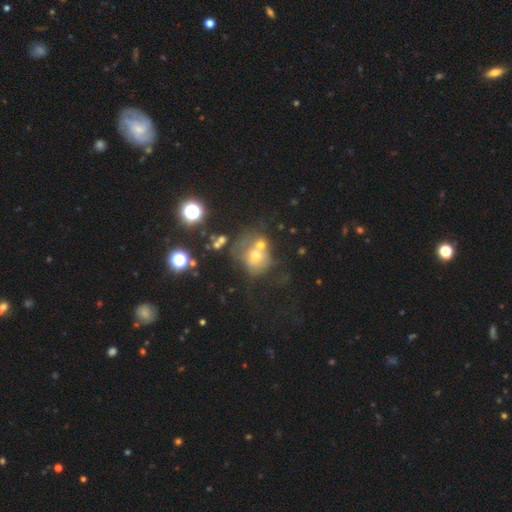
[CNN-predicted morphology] smooth_or_featured: smooth (p=0.53) [alt: featured or disk p=0.27]
how_rounded: round (p=0.69) [alt: in between p=0.30]
merging: merger (p=0.42) [alt: none p=0.31]